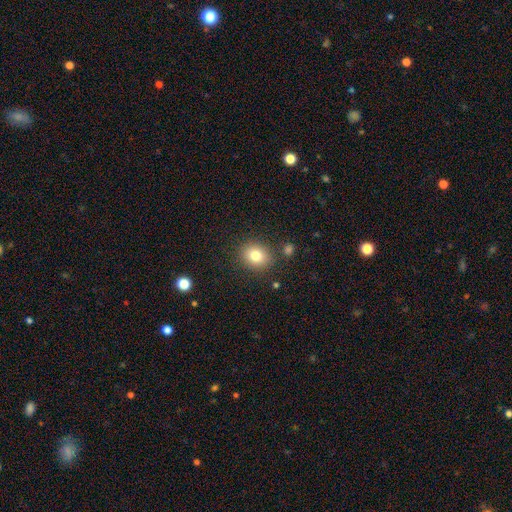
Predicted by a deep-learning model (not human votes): Smooth or featured?
  - smooth: 80% *
  - star or artifact: 11%
  - featured or disk: 9%
How rounded?
  - round: 68% *
  - in between: 31%
  - cigar-shaped: 1%
Merging?
  - none: 85% *
  - minor disturbance: 9%
  - merger: 3%
  - major disturbance: 3%